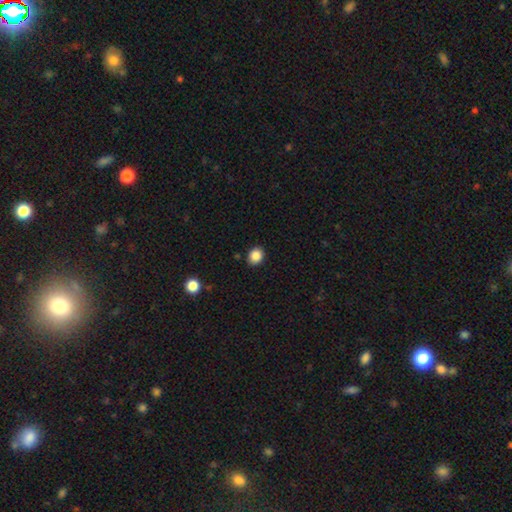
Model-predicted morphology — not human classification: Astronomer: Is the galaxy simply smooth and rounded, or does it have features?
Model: smooth — 87%.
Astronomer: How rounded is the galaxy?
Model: round — 65%.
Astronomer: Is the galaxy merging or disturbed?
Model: none — 89%.